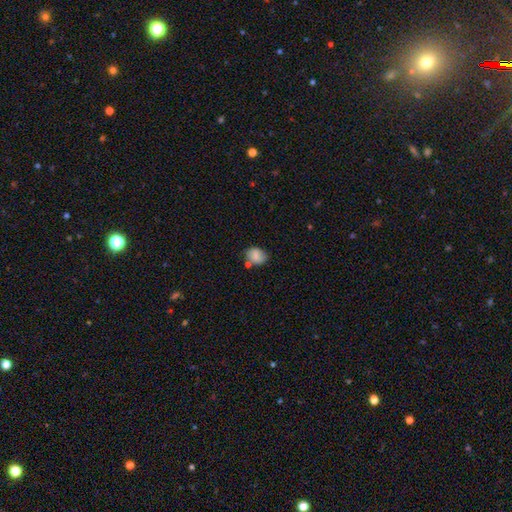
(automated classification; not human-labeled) A smooth galaxy with no disk features (77%) that is in between round and cigar-shaped (56%). Merging: none (60%).